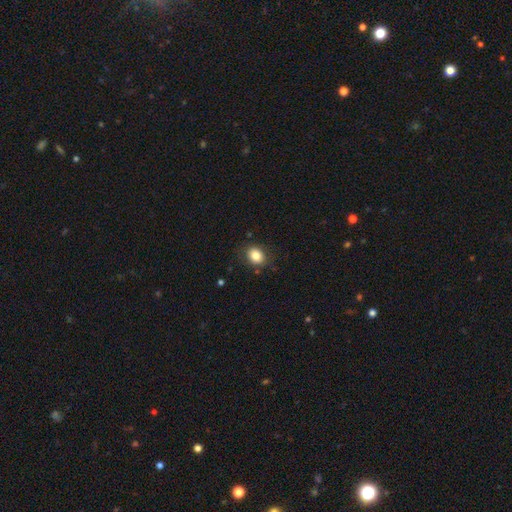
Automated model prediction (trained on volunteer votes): smooth-or-featured: smooth: 83% | star or artifact: 10% | featured or disk: 7%
  how-rounded: round: 51% | in between: 48% | cigar-shaped: 1%
  merging: none: 83% | minor disturbance: 12% | major disturbance: 3% | merger: 1%